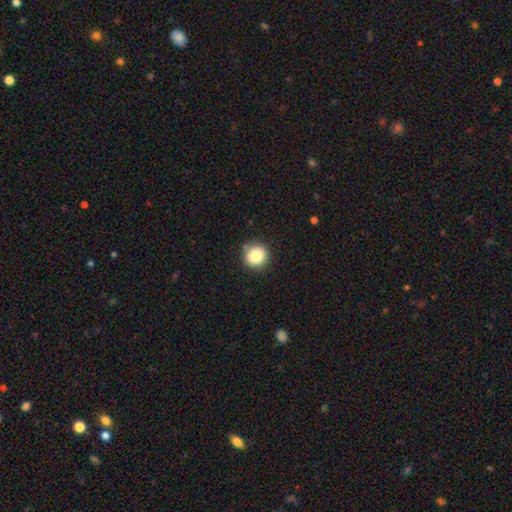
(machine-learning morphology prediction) A smooth galaxy with no disk features (86%) that is round (92%). Merging: none (87%).